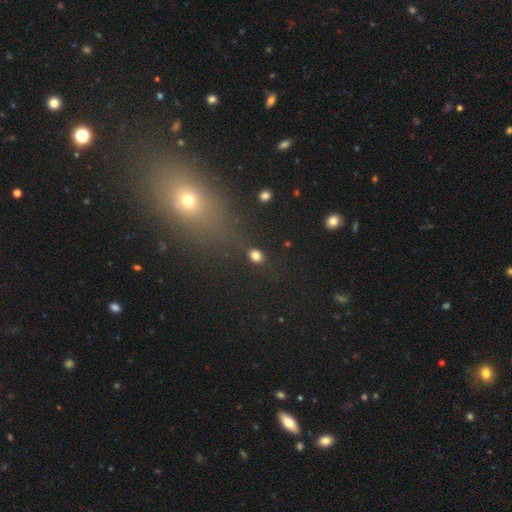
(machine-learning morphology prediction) A smooth galaxy with no disk features (81%) that is in between round and cigar-shaped (52%). Merging: none (85%).